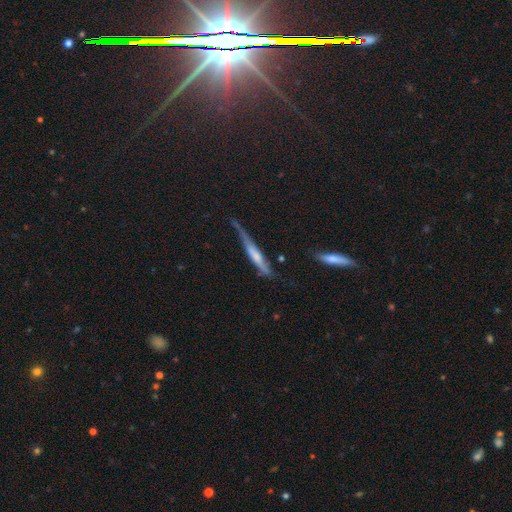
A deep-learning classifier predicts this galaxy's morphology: smooth_or_featured: featured or disk (p=0.48) [alt: smooth p=0.46]
merging: none (p=0.42) [alt: minor disturbance p=0.35]